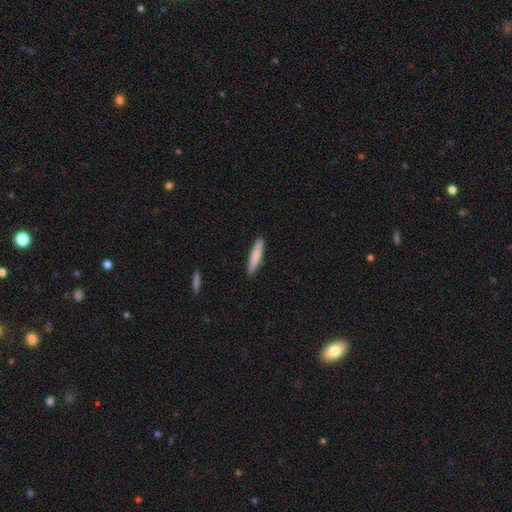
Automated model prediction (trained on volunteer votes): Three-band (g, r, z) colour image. It shows a smooth galaxy with no disk features (80%) that is cigar-shaped (88%). Merging: none (90%).